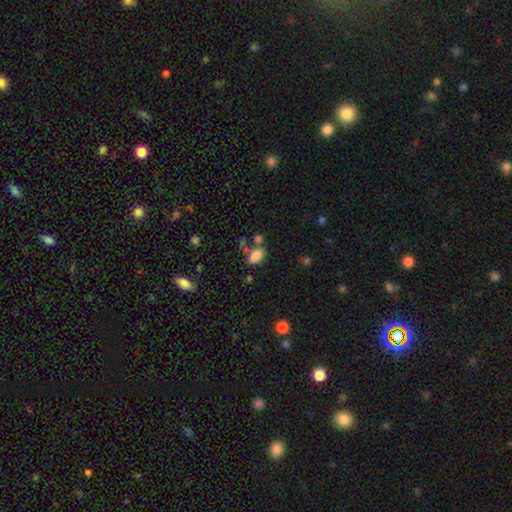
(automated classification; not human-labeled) Overall: smooth (83%). How rounded: in between (90%). Merging: none (57%; merger 20%).